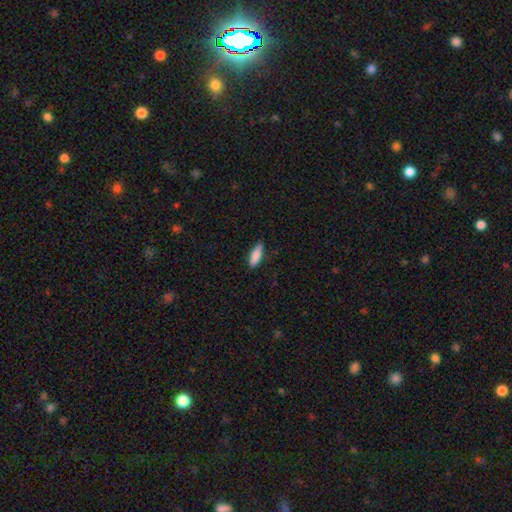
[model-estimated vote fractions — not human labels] A smooth galaxy with no disk features (87%) that is in between round and cigar-shaped (54%).

Vote fractions:
- Smooth or featured? smooth: 87% / featured or disk: 7% / star or artifact: 6%
- How rounded? in between: 54% / cigar-shaped: 44% / round: 2%
- Merging? none: 83% / minor disturbance: 14% / major disturbance: 2% / merger: 1%